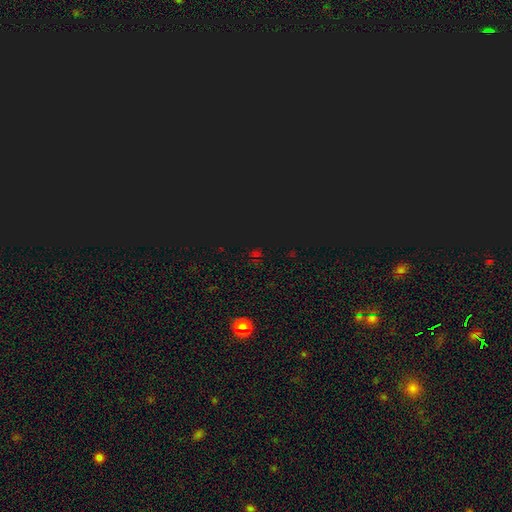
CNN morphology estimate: type=star or artifact (71%).